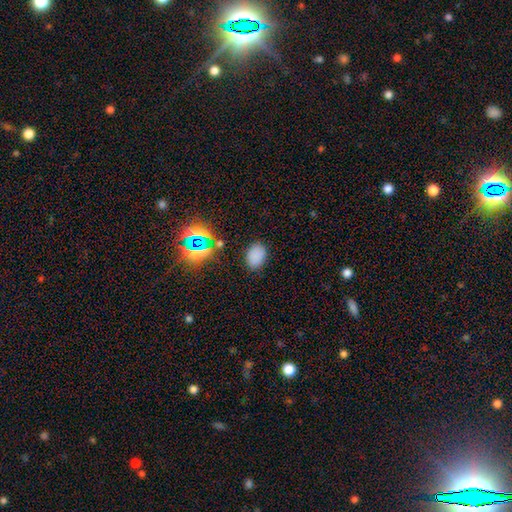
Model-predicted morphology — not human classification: smooth 76%, star or artifact 19%, featured or disk 5%. Down the decision tree: how rounded — in between (82%); merging — none (83%).